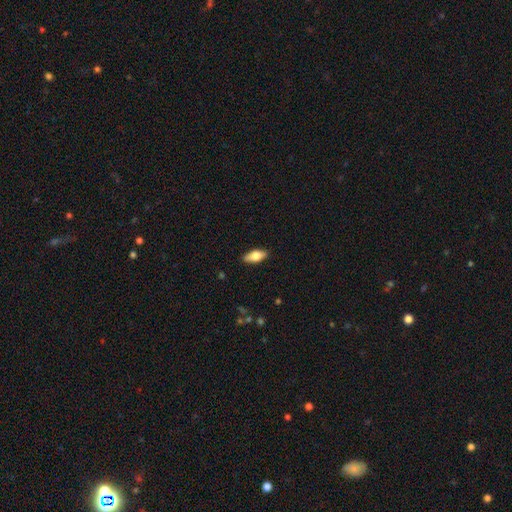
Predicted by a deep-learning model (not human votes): Smooth or featured? smooth (68%)
How rounded? in between (80%)
Merging? none (88%)